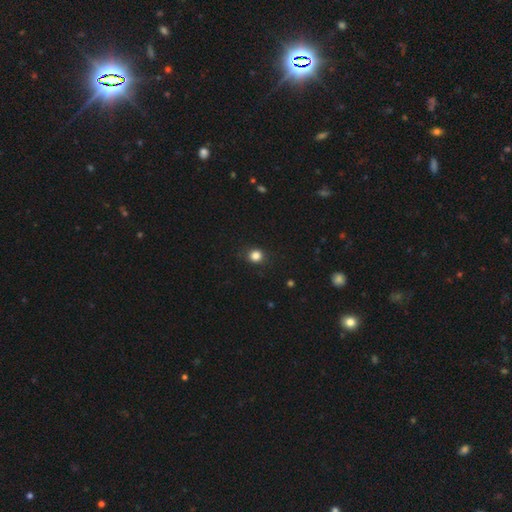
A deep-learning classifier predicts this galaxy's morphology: Smooth or featured: smooth — 84% (star or artifact — 12%)
How rounded: round — 84% (in between — 15%)
Merging: none — 86% (minor disturbance — 10%)